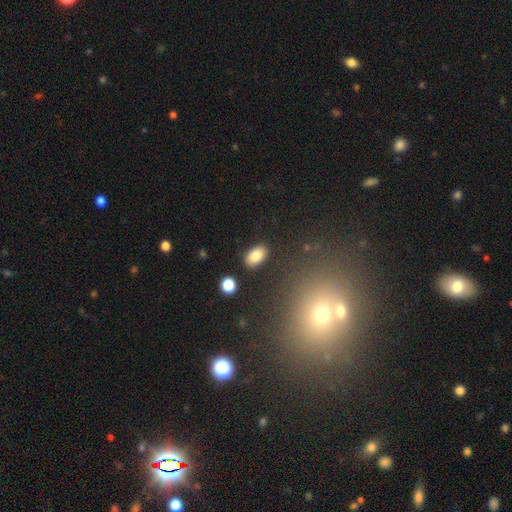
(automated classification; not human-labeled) Overall: smooth (85%). How rounded: in between (92%). Merging: none (86%).